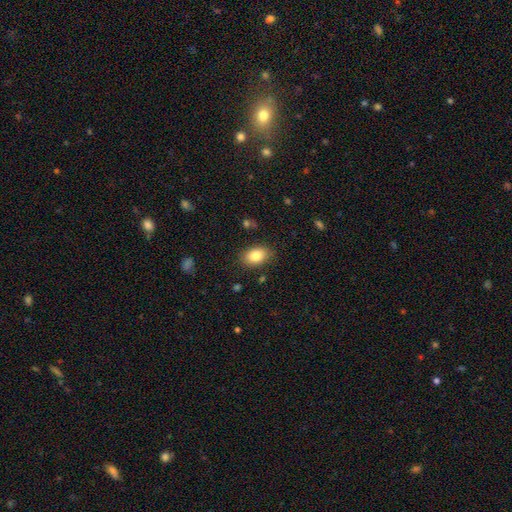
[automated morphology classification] The model was most divided on "how rounded": in between: 84%, round: 14%, cigar-shaped: 1%. More confident: merging — none (85%); smooth or featured — smooth (83%).